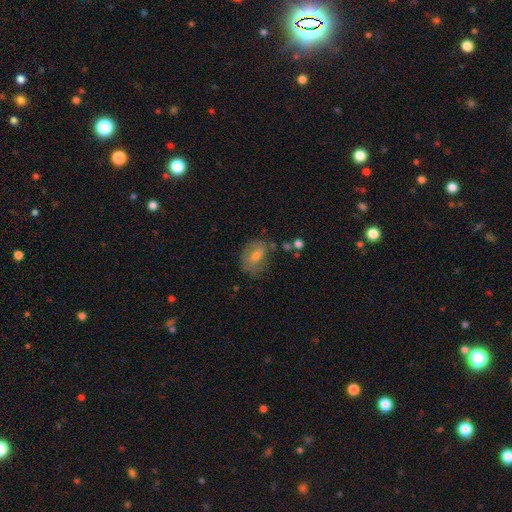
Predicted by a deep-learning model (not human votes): Q: Smooth or featured?
A: smooth (49%); runner-up: featured or disk (39%)
Q: Merging?
A: none (57%); runner-up: minor disturbance (26%)